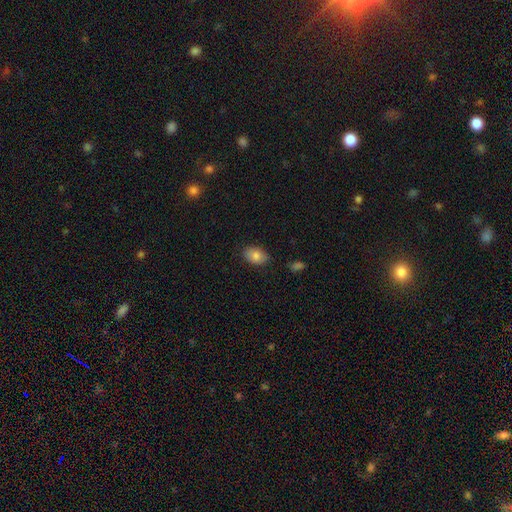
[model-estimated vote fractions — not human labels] Smooth or featured?
  - smooth: 82% *
  - featured or disk: 10%
  - star or artifact: 8%
How rounded?
  - in between: 83% *
  - round: 16%
  - cigar-shaped: 1%
Merging?
  - none: 79% *
  - minor disturbance: 16%
  - major disturbance: 3%
  - merger: 2%